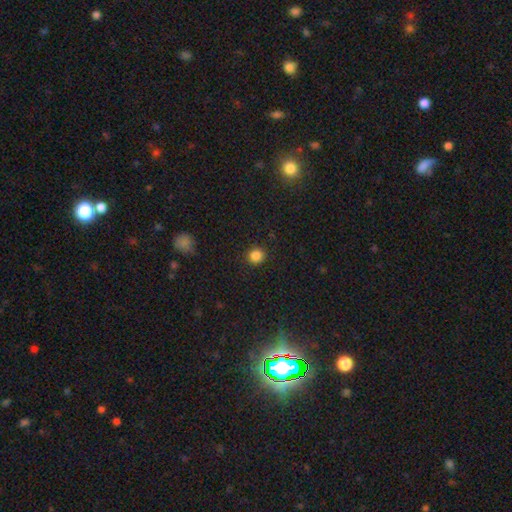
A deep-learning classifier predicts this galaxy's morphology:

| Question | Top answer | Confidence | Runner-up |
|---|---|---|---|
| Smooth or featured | smooth | 85% | star or artifact (12%) |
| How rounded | round | 90% | in between (9%) |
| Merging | none | 91% | minor disturbance (6%) |